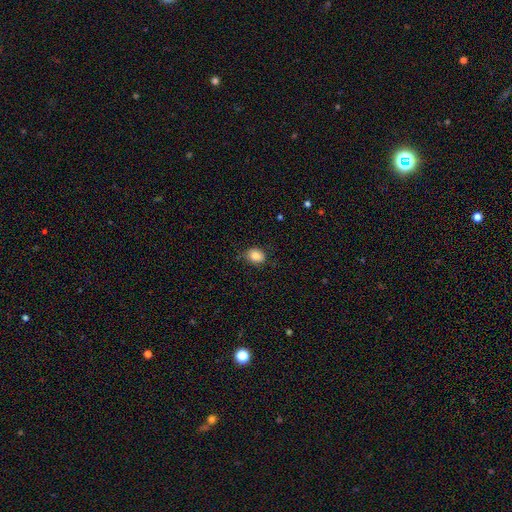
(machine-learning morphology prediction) This is clearly a smooth galaxy (85%). How rounded: possibly in between (53%). Merging: likely none (78%).